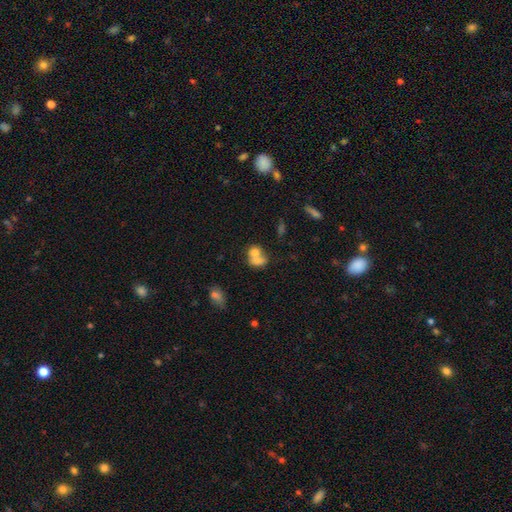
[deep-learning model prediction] Overall: smooth (73%). How rounded: in between (54%; round 44%). Merging: merger (67%).